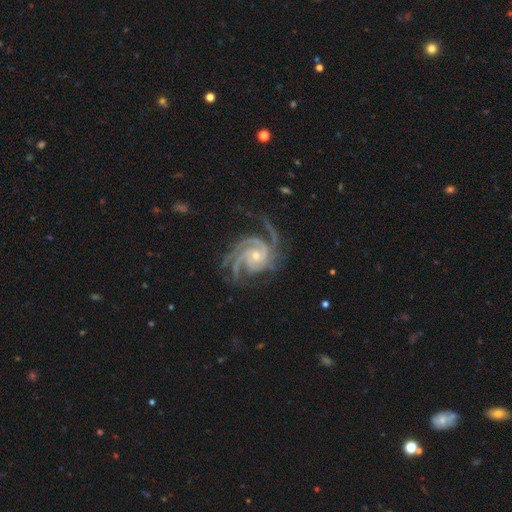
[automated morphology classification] type=featured or disk (94%); edge-on=no (98%); bar=no (69%); spiral arms=yes (99%); winding=tight (64%); arm count=3 (37%); bulge=small (67%); merging=none (70%).